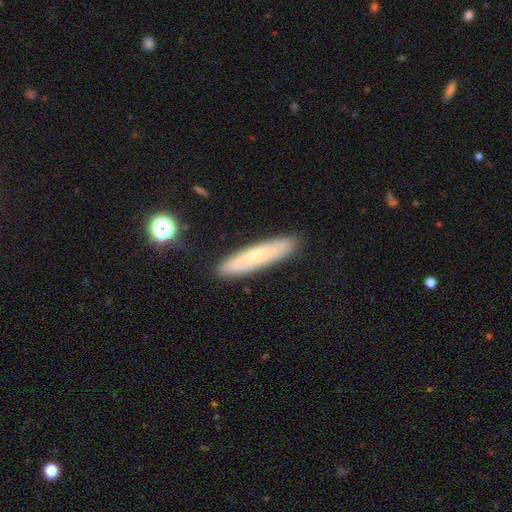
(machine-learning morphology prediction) Smooth or featured: smooth — 49% (featured or disk — 44%)
Merging: none — 86% (minor disturbance — 10%)